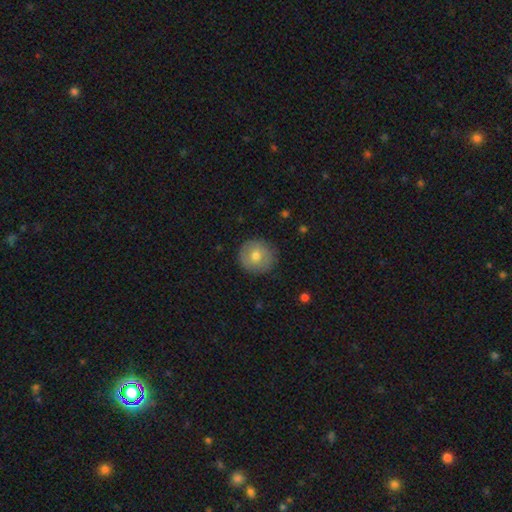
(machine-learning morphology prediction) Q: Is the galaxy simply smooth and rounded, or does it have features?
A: smooth — 70%.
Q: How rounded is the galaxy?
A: round — 93%.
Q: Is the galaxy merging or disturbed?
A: none — 87%.